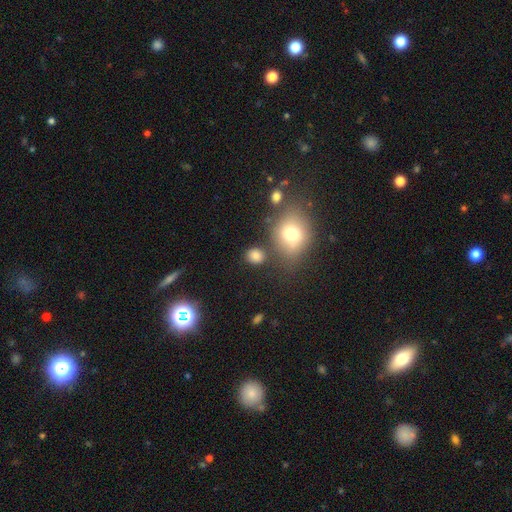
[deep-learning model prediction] Overall: smooth (81%). How rounded: round (68%; in between 30%). Merging: none (77%).